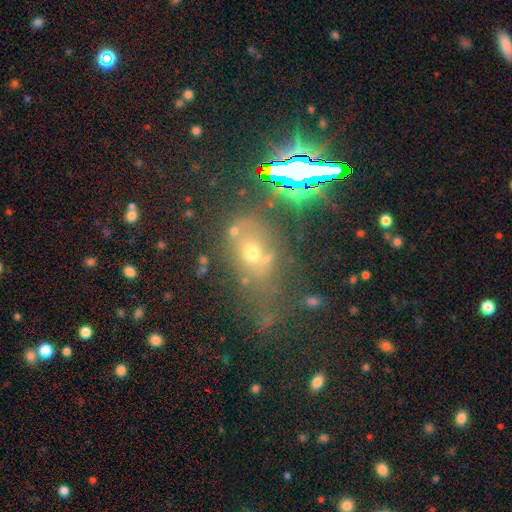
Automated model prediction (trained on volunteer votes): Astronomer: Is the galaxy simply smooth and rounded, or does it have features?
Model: smooth — 48% (runner-up: star or artifact, 32%).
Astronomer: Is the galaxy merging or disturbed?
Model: none — 50%.